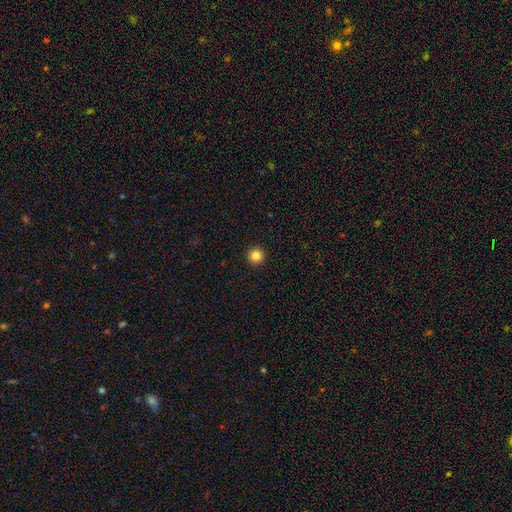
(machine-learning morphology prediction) Smooth or featured: smooth — 85% (star or artifact — 11%)
How rounded: round — 96% (in between — 3%)
Merging: none — 94% (minor disturbance — 4%)